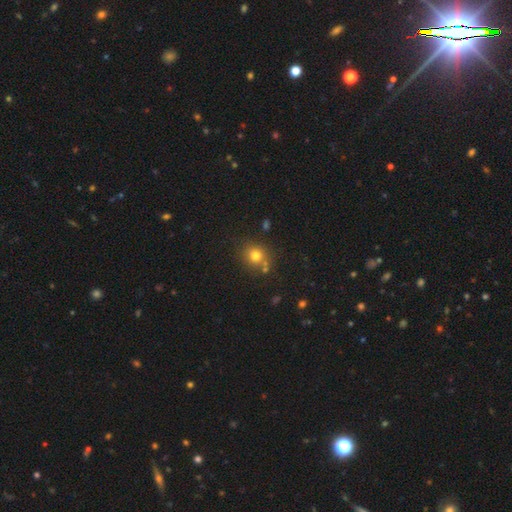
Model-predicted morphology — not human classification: Smooth or featured? smooth (75%)
How rounded? round (83%)
Merging? none (72%)